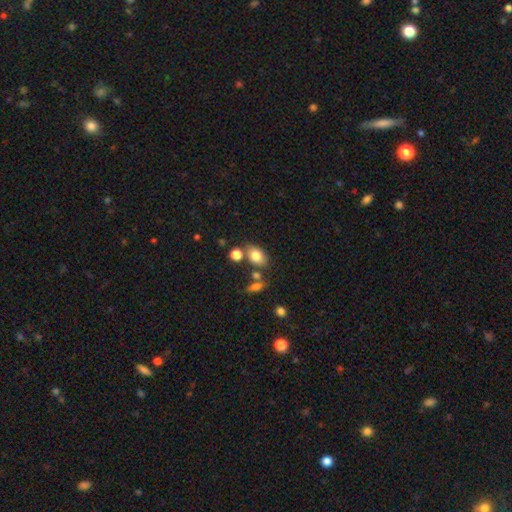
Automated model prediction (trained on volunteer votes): Overall: smooth (78%). How rounded: in between (76%). Merging: none (65%).